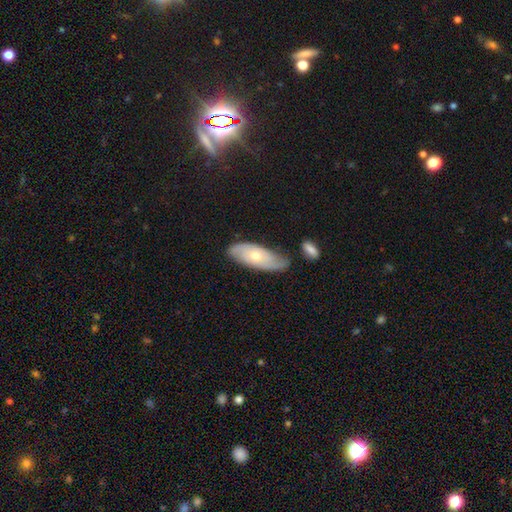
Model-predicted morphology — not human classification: smooth-or-featured: featured or disk: 55% | smooth: 39% | star or artifact: 6%
  disk-edge-on: no: 84% | yes: 16%
  merging: none: 64% | minor disturbance: 24% | major disturbance: 6% | merger: 6%